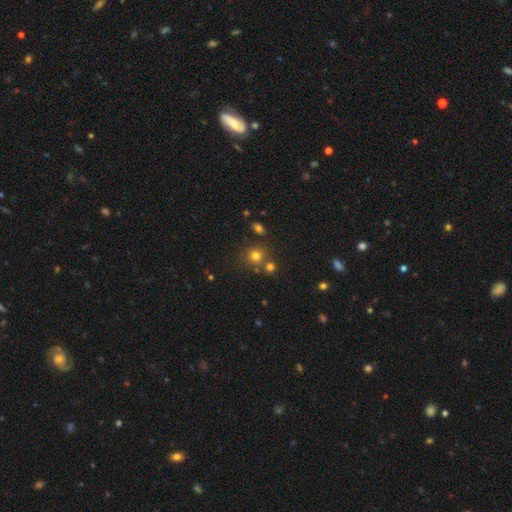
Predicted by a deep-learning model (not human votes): smooth 73%, star or artifact 18%, featured or disk 8%. Down the decision tree: how rounded — round (86%); merging — none (68%).